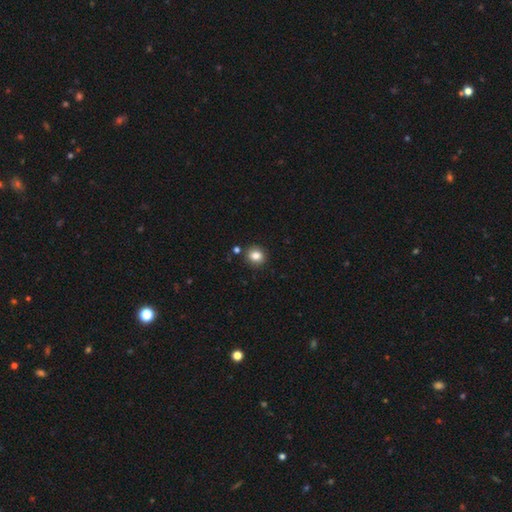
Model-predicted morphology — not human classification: smooth 83%, star or artifact 11%, featured or disk 6%. Down the decision tree: how rounded — round (78%); merging — none (85%).